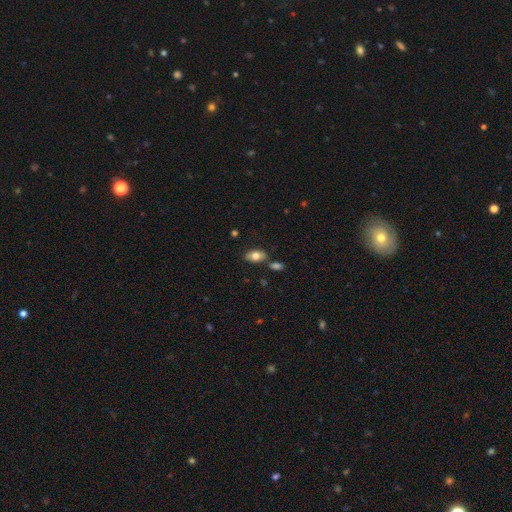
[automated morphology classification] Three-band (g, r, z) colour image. It shows a smooth galaxy with no disk features (75%) that is in between round and cigar-shaped (90%). Merging: none (72%).